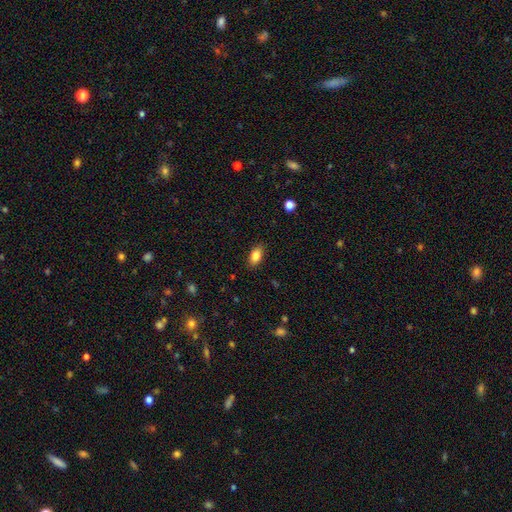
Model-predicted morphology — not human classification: The model was most divided on "smooth or featured": smooth: 85%, star or artifact: 8%, featured or disk: 7%. More confident: how rounded — in between (89%); merging — none (87%).